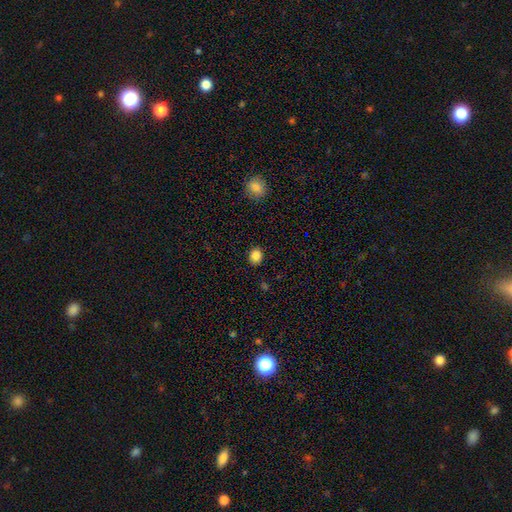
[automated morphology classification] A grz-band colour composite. It shows a smooth galaxy with no disk features (85%) that is round (63%). Merging: none (89%).